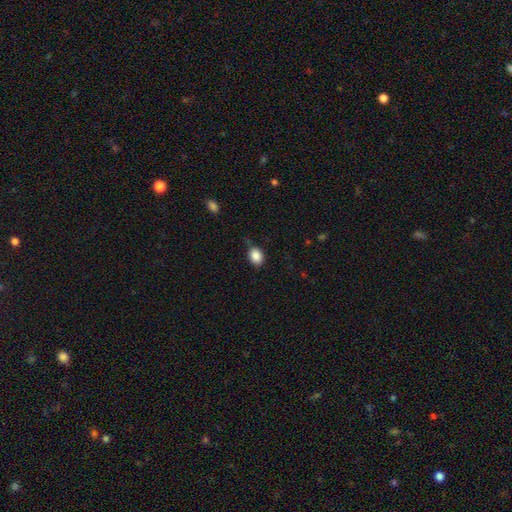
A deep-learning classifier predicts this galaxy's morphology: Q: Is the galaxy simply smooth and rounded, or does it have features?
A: smooth — 87%.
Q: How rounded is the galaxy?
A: in between — 61%.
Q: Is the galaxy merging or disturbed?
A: none — 70%.